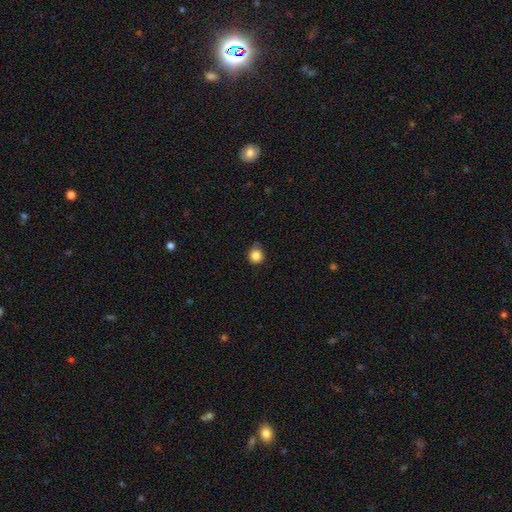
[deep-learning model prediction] Smooth or featured: smooth — 85% (star or artifact — 10%)
How rounded: round — 89% (in between — 10%)
Merging: none — 68% (minor disturbance — 25%)